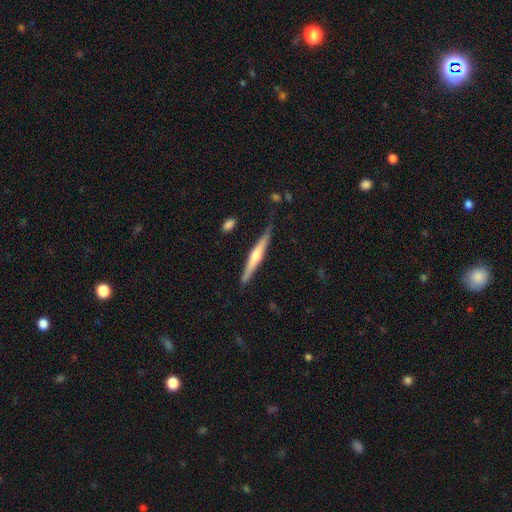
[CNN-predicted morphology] The model was most divided on "smooth or featured": featured or disk: 63%, smooth: 31%, star or artifact: 6%. More confident: edge-on disk — yes (97%); merging — none (81%); edge-on bulge — rounded (81%).